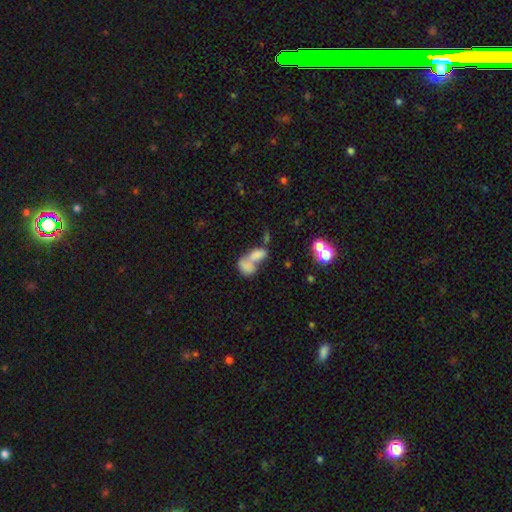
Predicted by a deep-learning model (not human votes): A smooth galaxy with no disk features (65%) that is in between round and cigar-shaped (77%).

Vote fractions:
- Smooth or featured? smooth: 65% / featured or disk: 22% / star or artifact: 13%
- How rounded? in between: 77% / round: 17% / cigar-shaped: 6%
- Merging? merger: 70% / none: 16% / major disturbance: 8% / minor disturbance: 6%